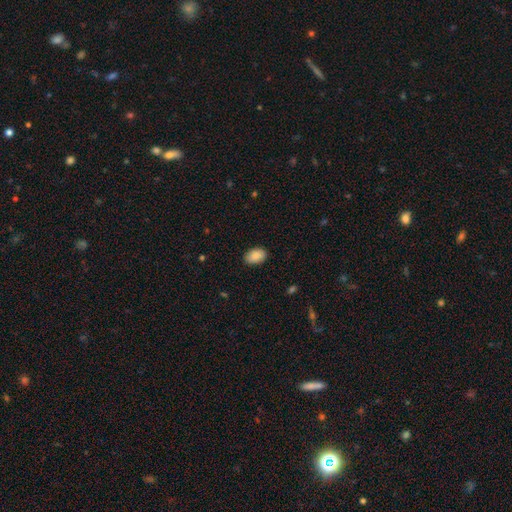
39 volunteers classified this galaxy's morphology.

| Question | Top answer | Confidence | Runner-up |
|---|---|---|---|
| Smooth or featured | smooth | 92% | star or artifact (5%) |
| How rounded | in between | 94% | round (6%) |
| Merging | none | 92% | minor disturbance (8%) |